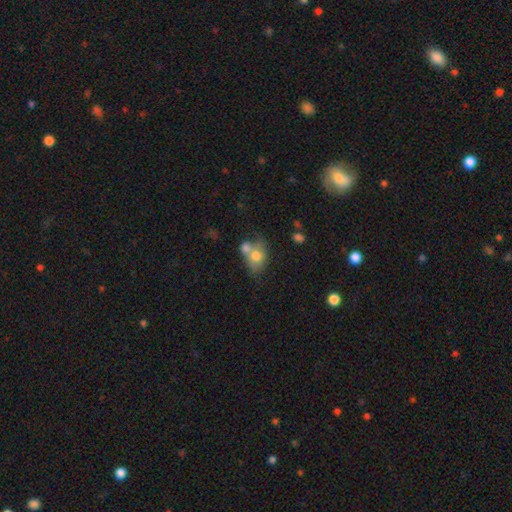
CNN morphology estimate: Smooth or featured? Predicted: smooth (p=0.73). How rounded? Predicted: in between (p=0.58). Merging? Predicted: merger (p=0.49).